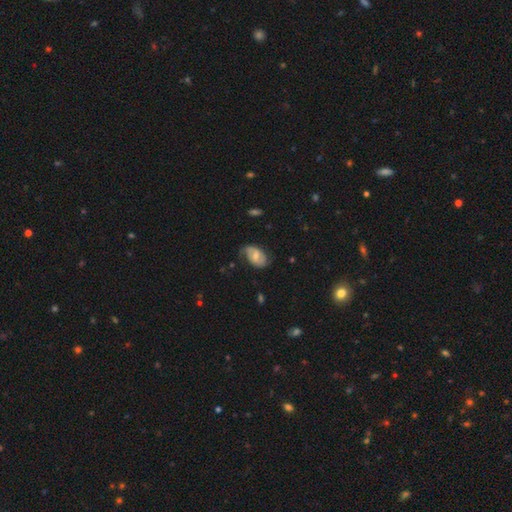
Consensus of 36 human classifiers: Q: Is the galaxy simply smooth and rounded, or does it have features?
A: featured or disk — 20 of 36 (56%).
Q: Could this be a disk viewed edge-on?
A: no — 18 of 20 (90%).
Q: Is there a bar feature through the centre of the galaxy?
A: no — 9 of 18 (50%).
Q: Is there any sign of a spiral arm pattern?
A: yes — 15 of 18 (83%).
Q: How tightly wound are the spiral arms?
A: loose — 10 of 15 (67%).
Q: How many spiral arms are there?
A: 2 — 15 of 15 (100%).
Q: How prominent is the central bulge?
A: moderate — 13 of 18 (72%).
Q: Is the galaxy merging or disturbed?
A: none — 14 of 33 (42%).